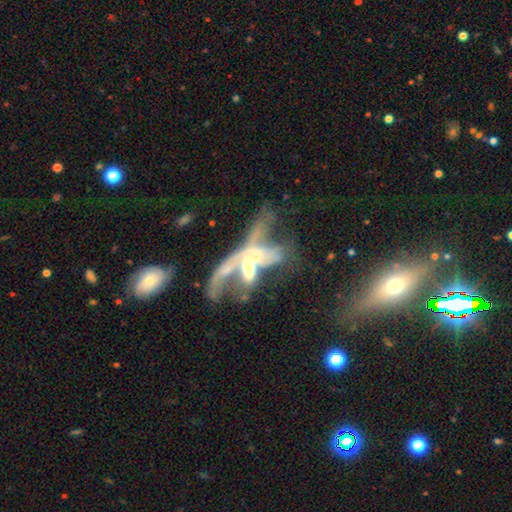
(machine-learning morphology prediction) smooth-or-featured: featured or disk: 66% | smooth: 24% | star or artifact: 10%
  disk-edge-on: no: 80% | yes: 20%
    bar: no: 69% | weak: 20% | strong: 11%
    has-spiral-arms: no: 65% | yes: 35%
    bulge-size: moderate: 50% | small: 19% | large: 17% | none: 11% | dominant: 3%
  merging: merger: 61% | major disturbance: 26% | none: 8% | minor disturbance: 5%